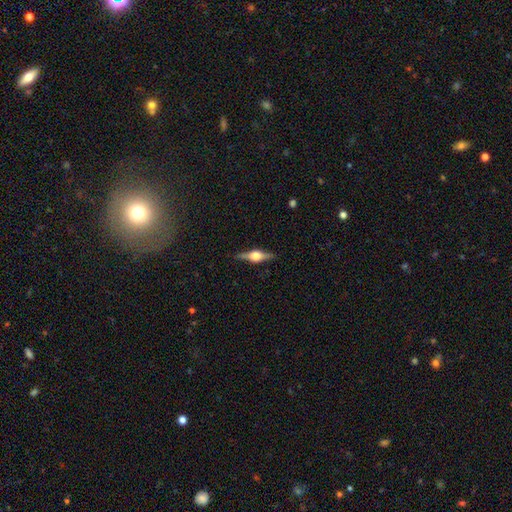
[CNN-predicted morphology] This appears to be a featured or disk galaxy (79%) viewed edge-on (98%) with a rounded central bulge (93%). Merging: none (89%).